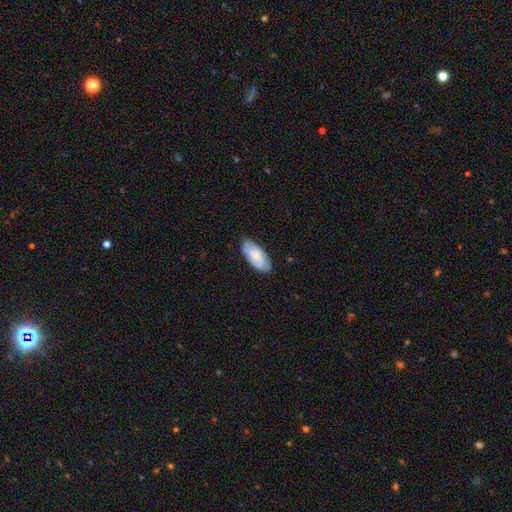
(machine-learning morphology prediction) Smooth or featured?
  - smooth: 52% *
  - featured or disk: 42%
  - star or artifact: 6%
How rounded?
  - in between: 89% *
  - cigar-shaped: 9%
  - round: 2%
Merging?
  - none: 72% *
  - minor disturbance: 23%
  - major disturbance: 4%
  - merger: 2%